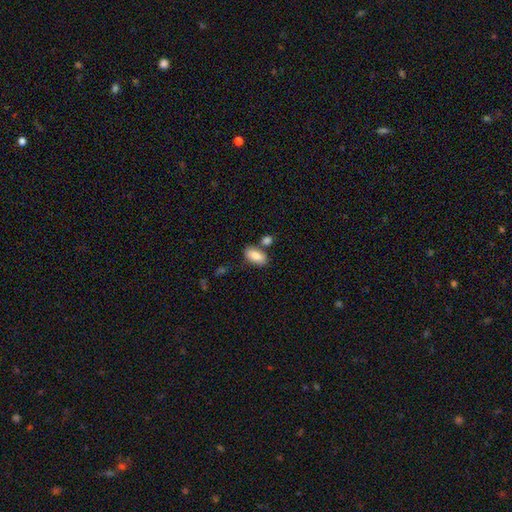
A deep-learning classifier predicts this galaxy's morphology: The model was most divided on "merging": none: 68%, merger: 16%, minor disturbance: 13%, major disturbance: 3%. More confident: how rounded — in between (93%); smooth or featured — smooth (85%).